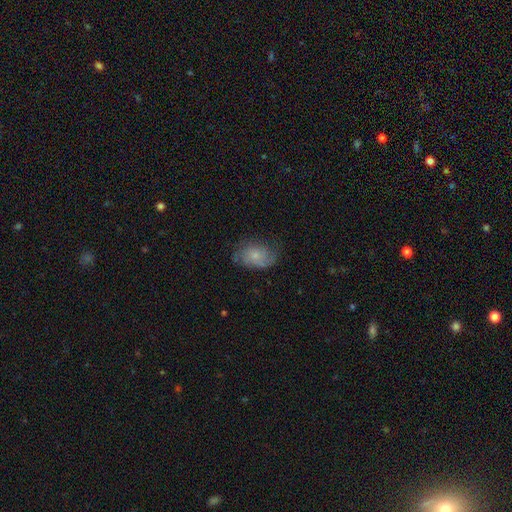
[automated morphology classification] type=featured or disk (47%); merging=none (60%).